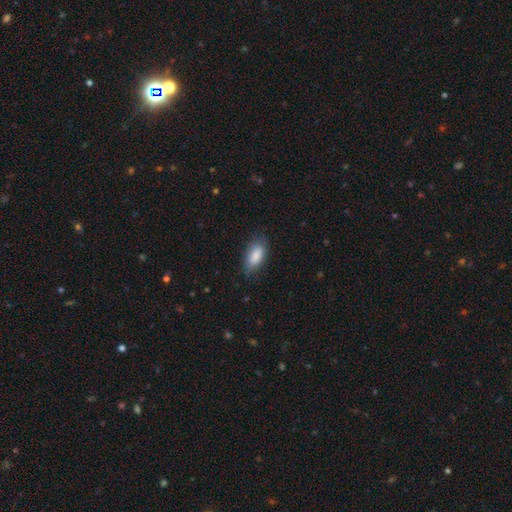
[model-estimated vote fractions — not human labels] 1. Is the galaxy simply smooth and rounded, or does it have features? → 87% smooth, 7% featured or disk, 6% star or artifact.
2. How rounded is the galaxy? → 88% in between, 10% cigar-shaped, 3% round.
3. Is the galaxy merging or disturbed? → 76% none, 18% minor disturbance, 4% major disturbance, 1% merger.